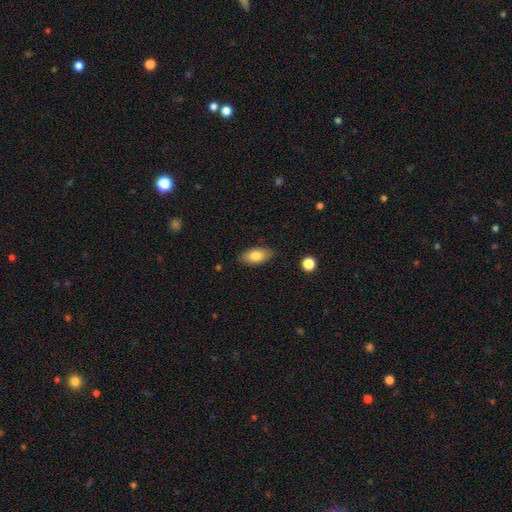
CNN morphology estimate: This is clearly a smooth galaxy (81%). How rounded: clearly in between (91%). Merging: clearly none (84%).